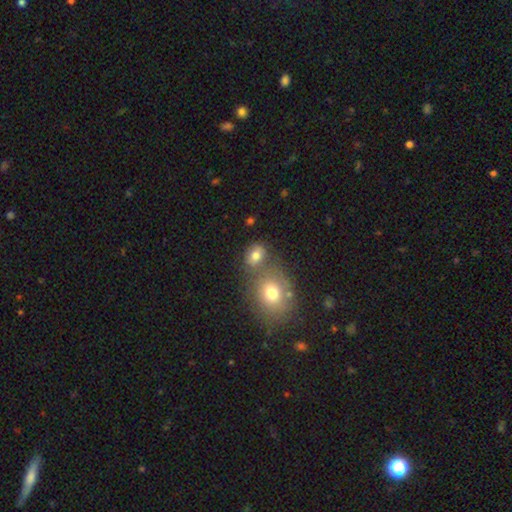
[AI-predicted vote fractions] This is likely a smooth galaxy (74%). How rounded: possibly in between (59%). Merging: possibly none (52%).